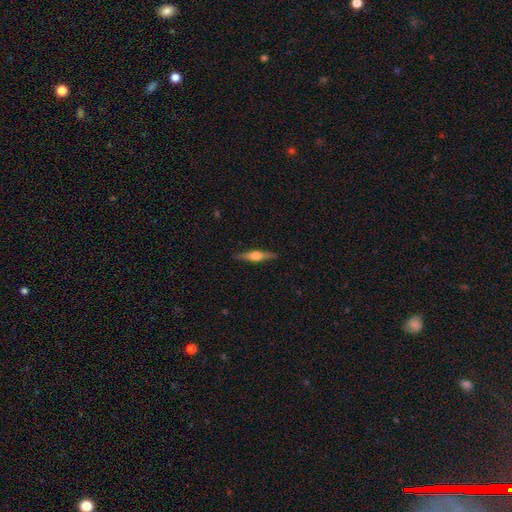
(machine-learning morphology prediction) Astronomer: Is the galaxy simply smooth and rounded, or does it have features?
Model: featured or disk — 70%.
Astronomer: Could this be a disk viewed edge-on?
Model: yes — 97%.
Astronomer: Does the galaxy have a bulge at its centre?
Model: rounded — 92%.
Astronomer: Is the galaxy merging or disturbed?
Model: none — 90%.